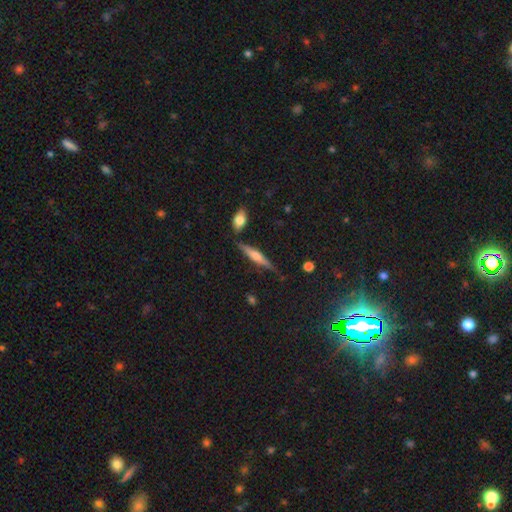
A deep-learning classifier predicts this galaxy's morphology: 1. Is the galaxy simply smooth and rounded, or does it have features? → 53% featured or disk, 38% smooth, 8% star or artifact.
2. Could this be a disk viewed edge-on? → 95% yes, 5% no.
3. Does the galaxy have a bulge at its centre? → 69% rounded, 17% boxy, 14% none.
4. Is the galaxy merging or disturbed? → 78% none, 13% minor disturbance, 5% merger, 3% major disturbance.